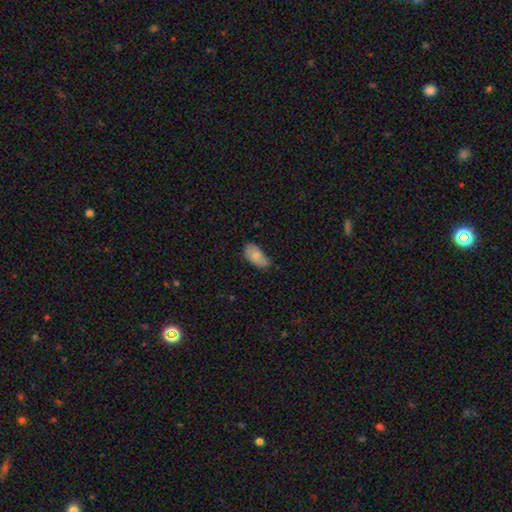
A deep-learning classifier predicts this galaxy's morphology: smooth 77%, featured or disk 16%, star or artifact 7%. Down the decision tree: how rounded — in between (94%); merging — none (58%).